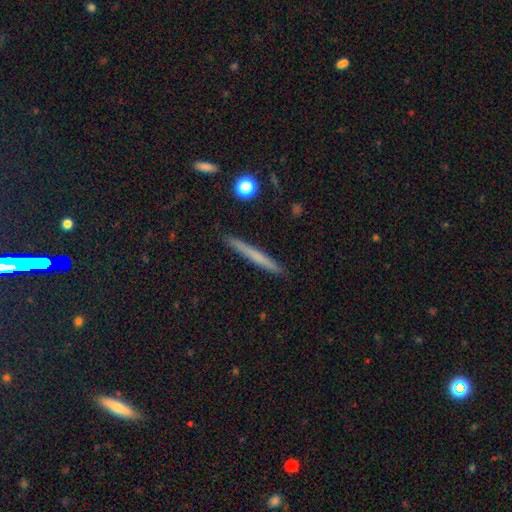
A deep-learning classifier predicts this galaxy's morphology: smooth-or-featured: smooth: 58% | featured or disk: 35% | star or artifact: 7%
  how-rounded: cigar-shaped: 97% | in between: 2% | round: 1%
  merging: none: 91% | minor disturbance: 7% | major disturbance: 1% | merger: 1%